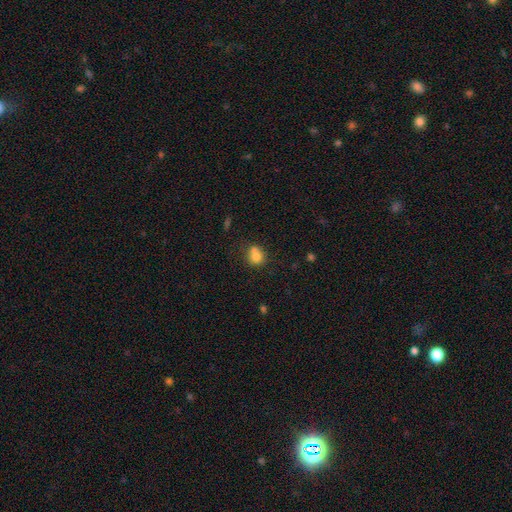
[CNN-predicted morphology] Smooth or featured?
  - smooth: 76% *
  - featured or disk: 13%
  - star or artifact: 11%
How rounded?
  - round: 69% *
  - in between: 30%
  - cigar-shaped: 1%
Merging?
  - none: 43% *
  - merger: 38%
  - minor disturbance: 14%
  - major disturbance: 5%